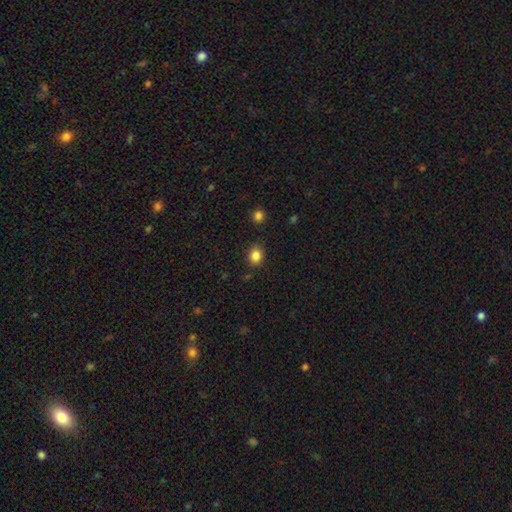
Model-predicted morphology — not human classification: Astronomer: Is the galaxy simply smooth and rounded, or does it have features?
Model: smooth — 85%.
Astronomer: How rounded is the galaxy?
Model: round — 69%.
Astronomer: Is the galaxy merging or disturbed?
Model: none — 84%.